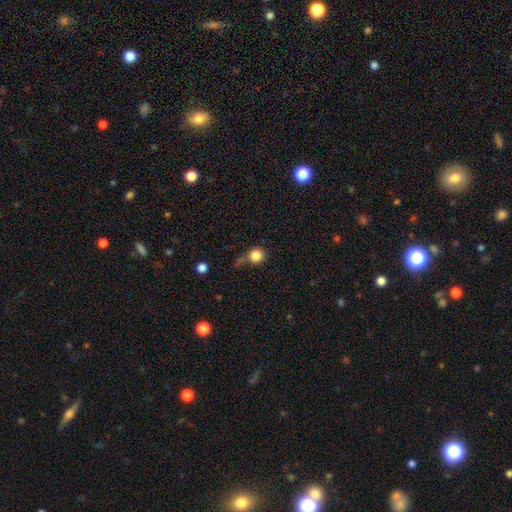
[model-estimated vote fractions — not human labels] smooth_or_featured: smooth (p=0.84) [alt: star or artifact p=0.10]
how_rounded: round (p=0.93) [alt: in between p=0.06]
merging: none (p=0.60) [alt: minor disturbance p=0.17]